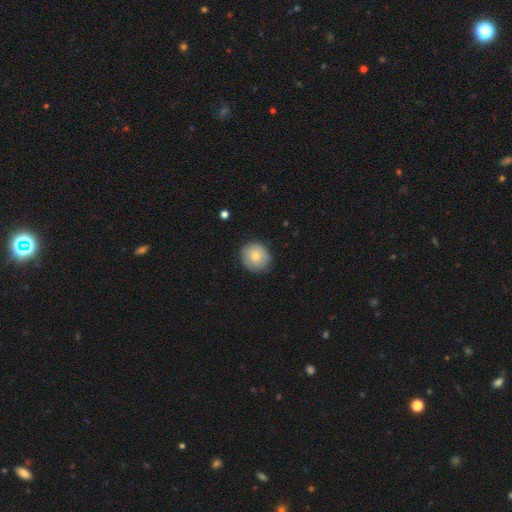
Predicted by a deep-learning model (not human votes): Smooth or featured? smooth (77%)
How rounded? round (86%)
Merging? none (84%)